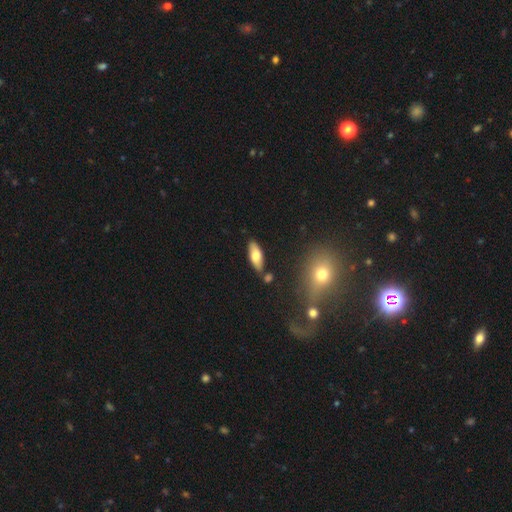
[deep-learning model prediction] Overall: smooth (68%). How rounded: in between (71%). Merging: none (81%).